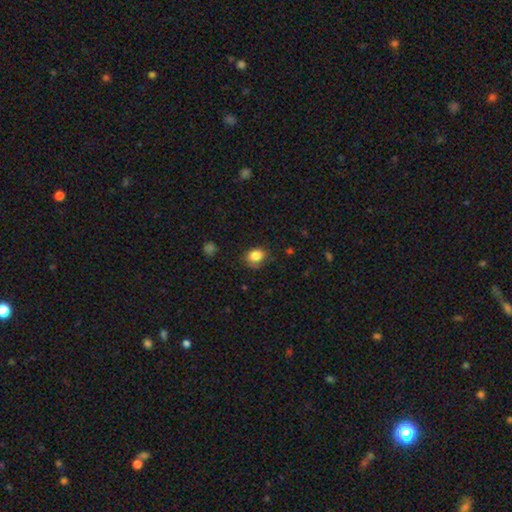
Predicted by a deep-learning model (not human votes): Smooth or featured? Predicted: smooth (p=0.84). How rounded? Predicted: in between (p=0.51). Merging? Predicted: none (p=0.69).